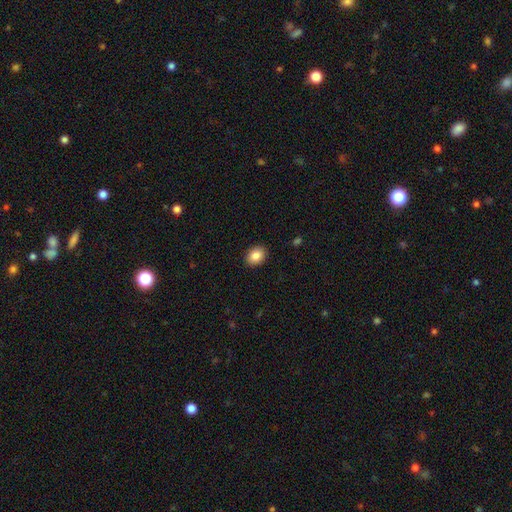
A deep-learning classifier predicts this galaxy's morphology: A smooth galaxy with no disk features (87%) that is in between round and cigar-shaped (64%).

Vote fractions:
- Smooth or featured? smooth: 87% / star or artifact: 8% / featured or disk: 5%
- How rounded? in between: 64% / round: 35% / cigar-shaped: 1%
- Merging? none: 90% / minor disturbance: 7% / major disturbance: 2% / merger: 1%